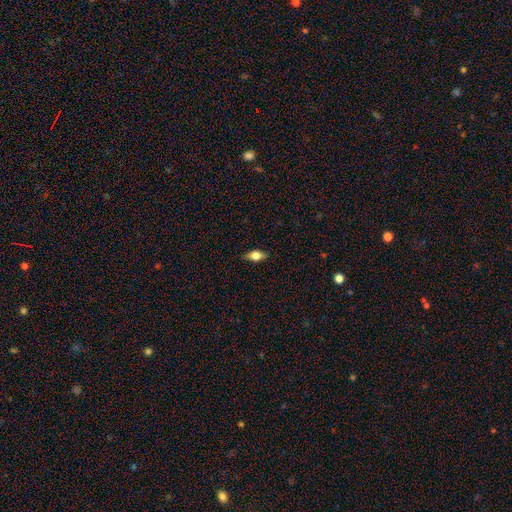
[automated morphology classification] This appears to be a smooth galaxy with no disk features (65%) that is in between round and cigar-shaped (80%). Merging: none (86%).